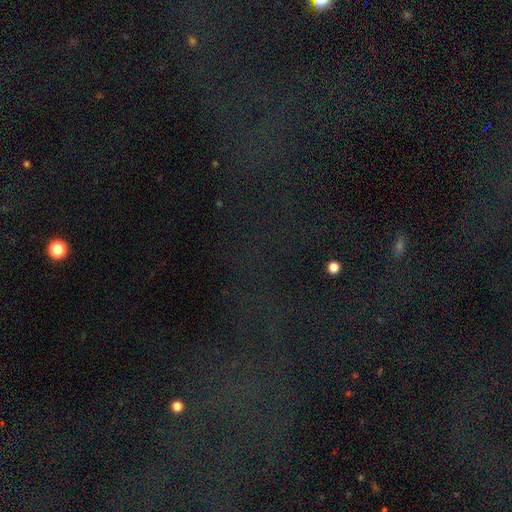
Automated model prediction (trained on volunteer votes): A star or artifact, not a galaxy (73%).

Vote fractions:
- Smooth or featured? star or artifact: 73% / featured or disk: 14% / smooth: 13%